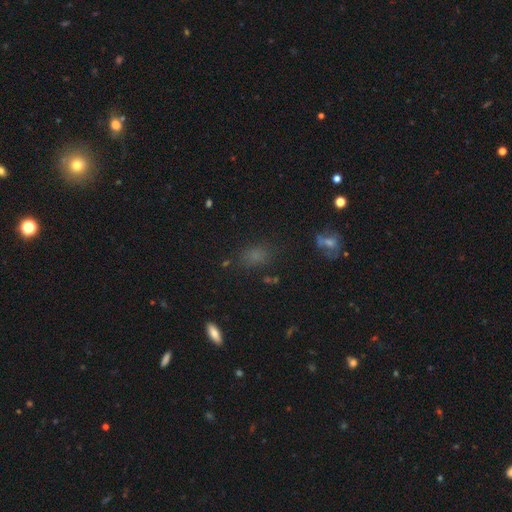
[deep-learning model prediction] Overall: smooth (68%). How rounded: in between (74%). Merging: none (74%).